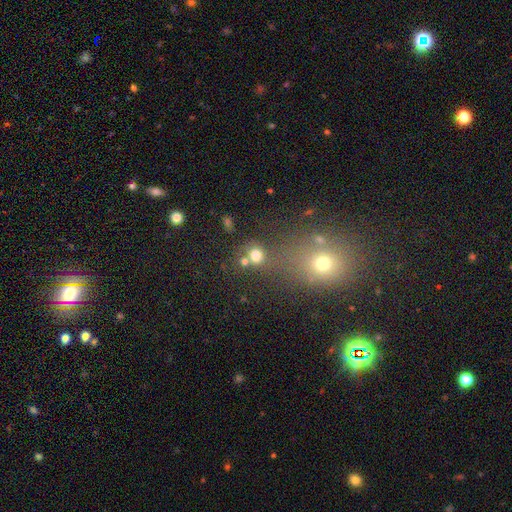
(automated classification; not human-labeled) smooth-or-featured: smooth: 73% | star or artifact: 17% | featured or disk: 10%
  how-rounded: round: 82% | in between: 17% | cigar-shaped: 1%
  merging: none: 51% | merger: 32% | minor disturbance: 10% | major disturbance: 7%